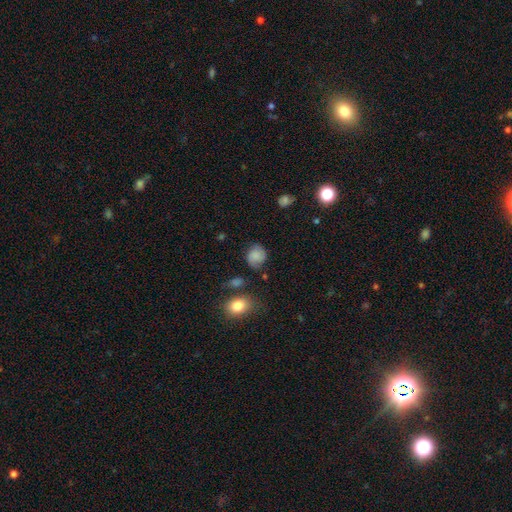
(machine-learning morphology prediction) type=smooth (64%); roundness=round (67%); merging=none (69%).